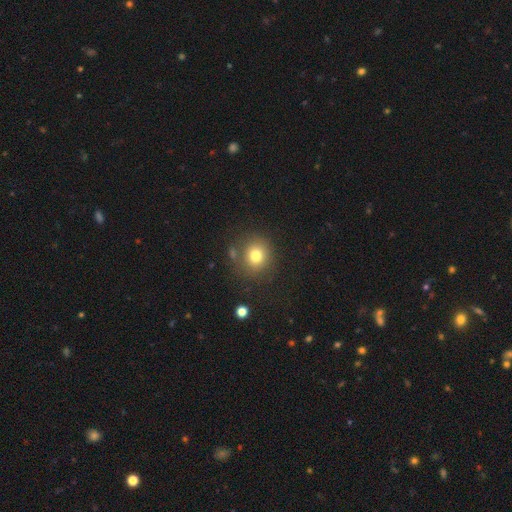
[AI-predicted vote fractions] Smooth or featured: smooth — 78% (star or artifact — 13%)
How rounded: round — 82% (in between — 17%)
Merging: none — 78% (minor disturbance — 12%)